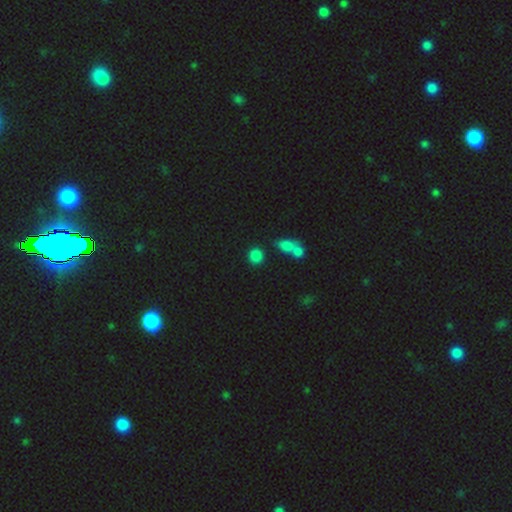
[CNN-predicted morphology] Q: Smooth or featured?
A: smooth (82%); runner-up: star or artifact (13%)
Q: How rounded?
A: round (83%); runner-up: in between (16%)
Q: Merging?
A: none (74%); runner-up: merger (13%)